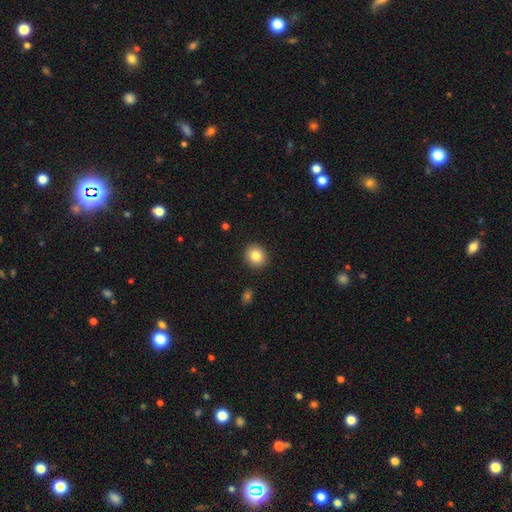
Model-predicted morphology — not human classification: type=smooth (84%); roundness=round (80%); merging=none (91%).